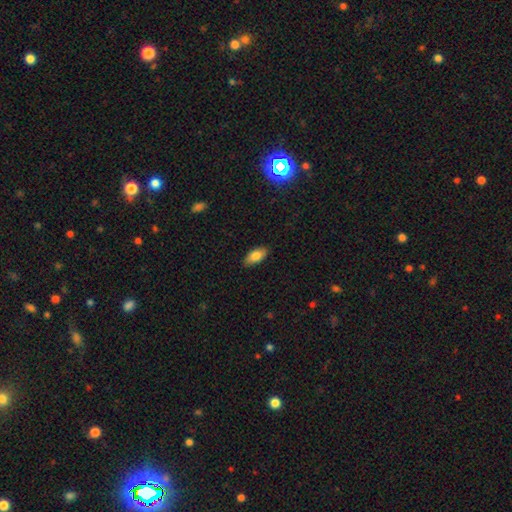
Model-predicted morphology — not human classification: A smooth galaxy with no disk features (82%) that is in between round and cigar-shaped (90%). Merging: none (87%).